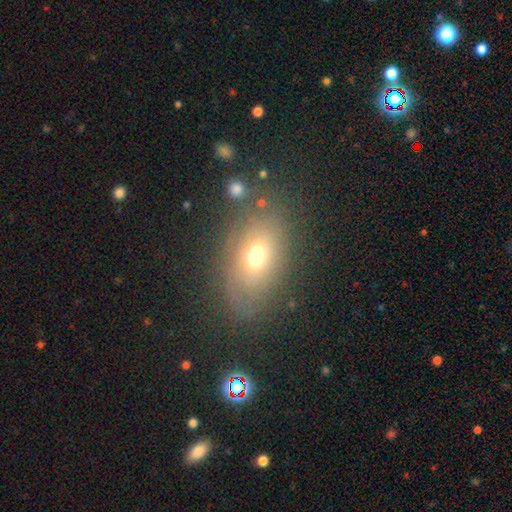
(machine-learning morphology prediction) This appears to be a smooth galaxy with no disk features (59%) that is in between round and cigar-shaped (80%). Merging: none (72%).